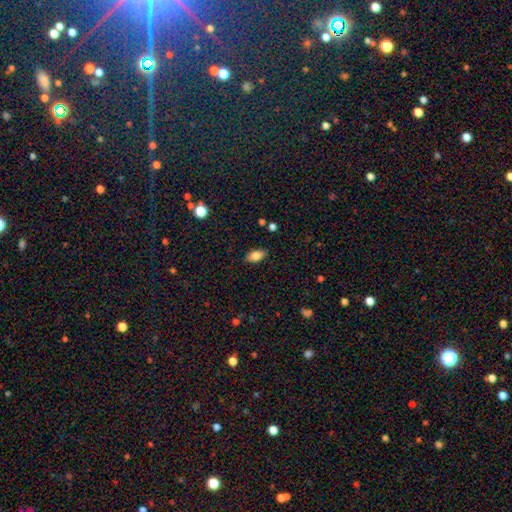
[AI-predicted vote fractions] The model was most divided on "merging": none: 83%, minor disturbance: 13%, major disturbance: 3%, merger: 1%. More confident: how rounded — in between (89%); smooth or featured — smooth (82%).